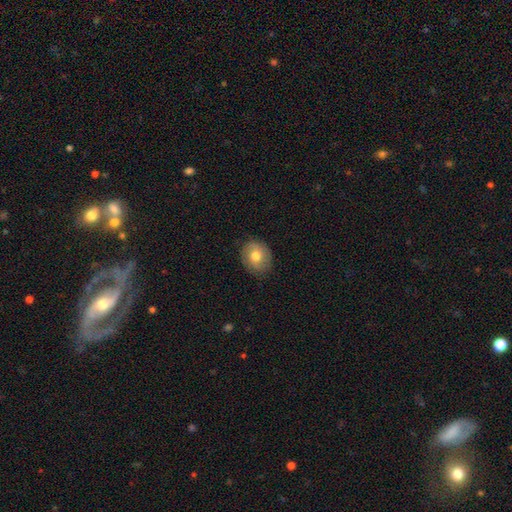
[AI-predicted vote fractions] Q: Smooth or featured?
A: smooth (73%); runner-up: featured or disk (19%)
Q: How rounded?
A: round (66%); runner-up: in between (33%)
Q: Merging?
A: none (83%); runner-up: minor disturbance (13%)